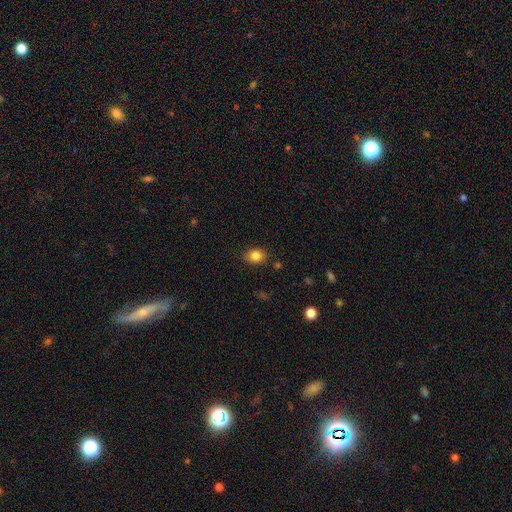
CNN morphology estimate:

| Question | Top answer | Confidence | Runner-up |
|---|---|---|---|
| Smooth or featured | smooth | 84% | star or artifact (10%) |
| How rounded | in between | 62% | round (37%) |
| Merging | none | 82% | minor disturbance (13%) |